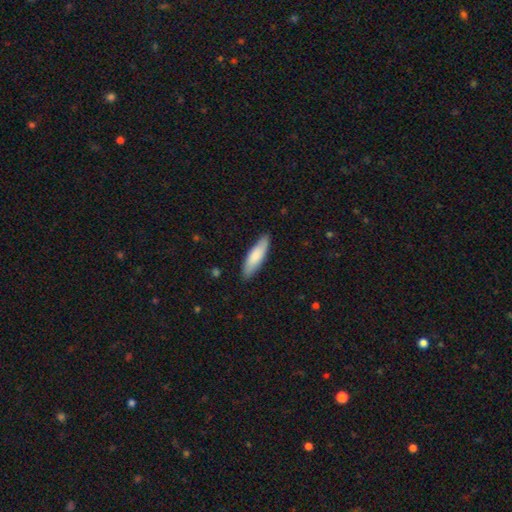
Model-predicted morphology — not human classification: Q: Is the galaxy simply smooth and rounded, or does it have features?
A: smooth — 82%.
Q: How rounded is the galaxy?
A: cigar-shaped — 60%.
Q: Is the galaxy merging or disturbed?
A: none — 87%.